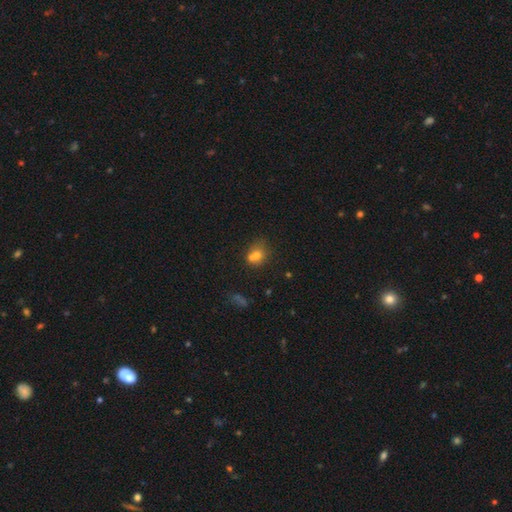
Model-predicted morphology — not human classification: A smooth galaxy with no disk features (68%) that is round (59%).

Vote fractions:
- Smooth or featured? smooth: 68% / featured or disk: 18% / star or artifact: 14%
- How rounded? round: 59% / in between: 40% / cigar-shaped: 1%
- Merging? merger: 44% / none: 36% / minor disturbance: 14% / major disturbance: 6%